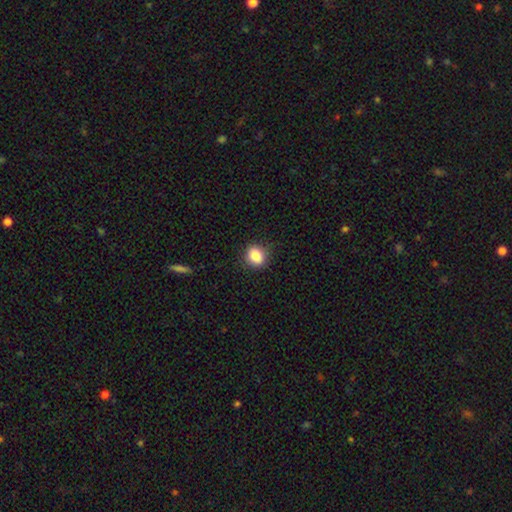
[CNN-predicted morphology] Smooth or featured? Predicted: smooth (p=0.85). How rounded? Predicted: round (p=0.55). Merging? Predicted: none (p=0.82).